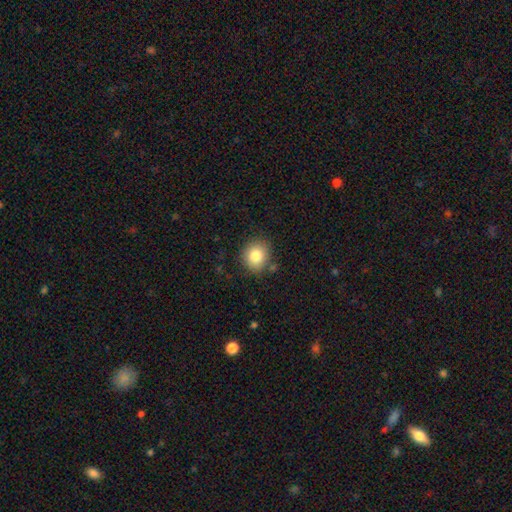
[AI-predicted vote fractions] smooth_or_featured: smooth (p=0.83) [alt: star or artifact p=0.10]
how_rounded: round (p=0.77) [alt: in between p=0.22]
merging: none (p=0.84) [alt: minor disturbance p=0.11]